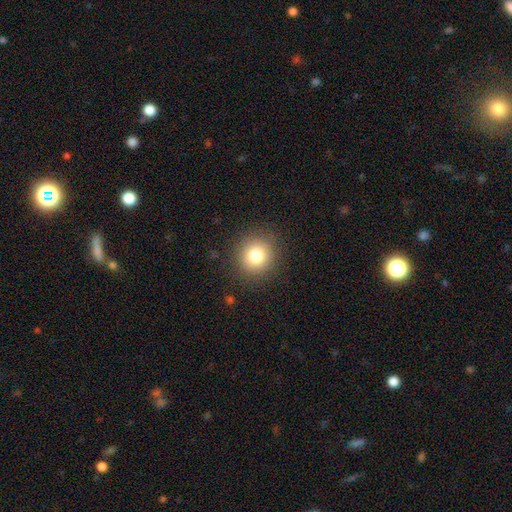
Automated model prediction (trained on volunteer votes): Morphology: type=smooth (79%); roundness=round (92%); merging=none (89%).